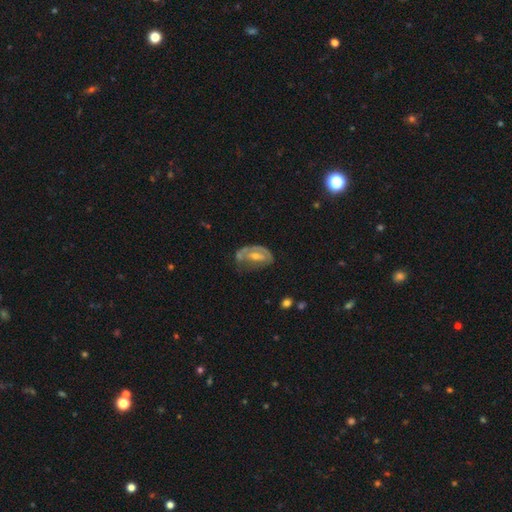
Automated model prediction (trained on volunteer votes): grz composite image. It shows a featured or disk galaxy (64%) with no bar (47%), spiral arms (60%) and a moderate central bulge (47%). Merging: none (36%).